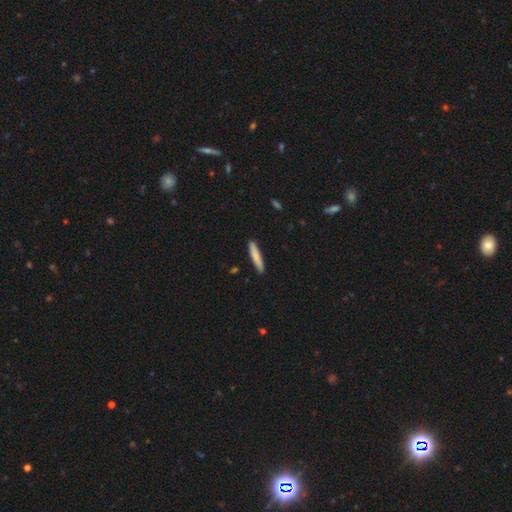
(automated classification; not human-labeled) The model was most divided on "smooth or featured": smooth: 80%, featured or disk: 14%, star or artifact: 5%. More confident: how rounded — cigar-shaped (91%); merging — none (88%).